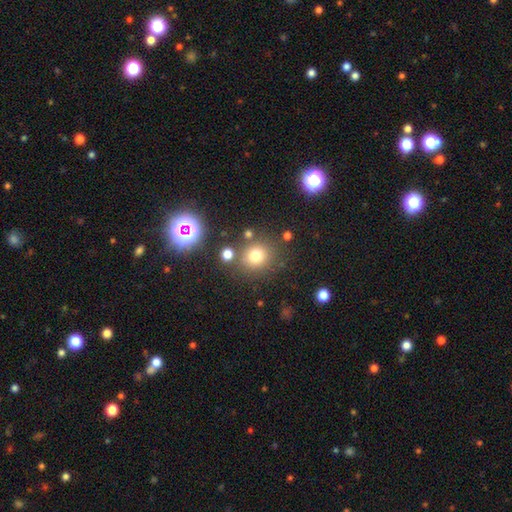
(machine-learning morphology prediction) smooth_or_featured: smooth (p=0.74) [alt: star or artifact p=0.18]
how_rounded: round (p=0.84) [alt: in between p=0.15]
merging: none (p=0.77) [alt: minor disturbance p=0.10]